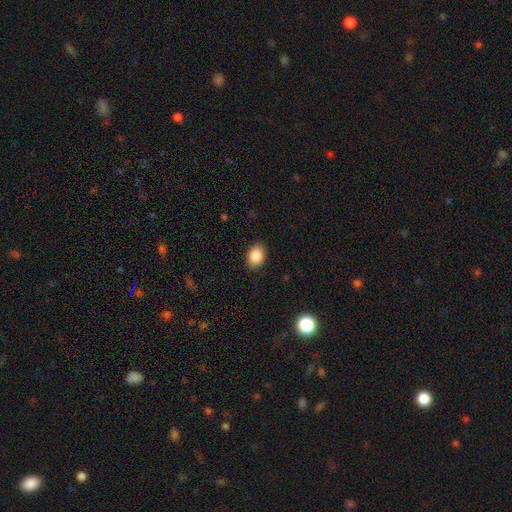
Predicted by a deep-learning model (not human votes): smooth-or-featured: smooth: 86% | star or artifact: 8% | featured or disk: 6%
  how-rounded: in between: 75% | round: 24% | cigar-shaped: 1%
  merging: none: 88% | minor disturbance: 9% | major disturbance: 2% | merger: 1%